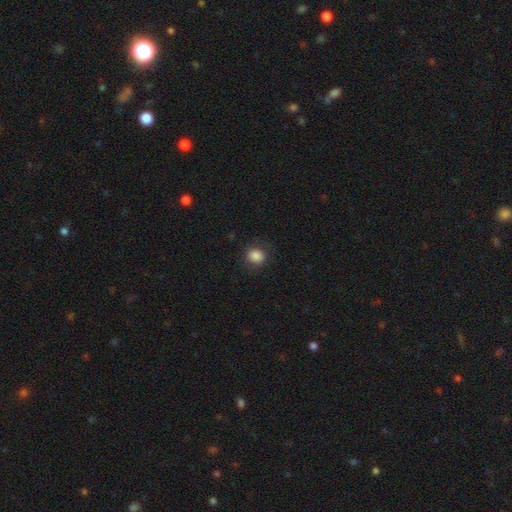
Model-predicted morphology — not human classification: smooth-or-featured: smooth: 86% | star or artifact: 9% | featured or disk: 5%
  how-rounded: round: 73% | in between: 26% | cigar-shaped: 1%
  merging: none: 83% | minor disturbance: 12% | major disturbance: 4% | merger: 1%